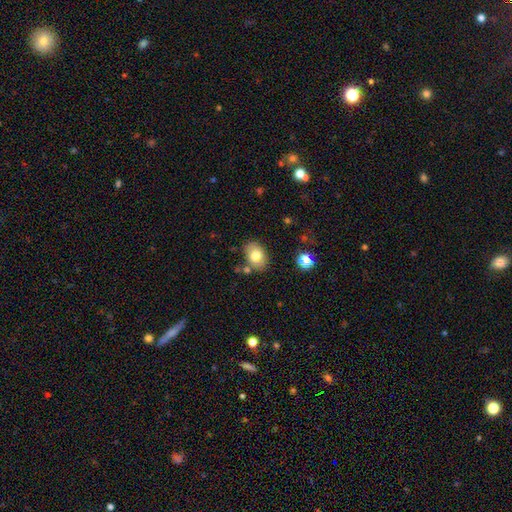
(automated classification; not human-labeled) The model was most divided on "how rounded": in between: 75%, round: 24%, cigar-shaped: 1%. More confident: merging — none (78%); smooth or featured — smooth (76%).